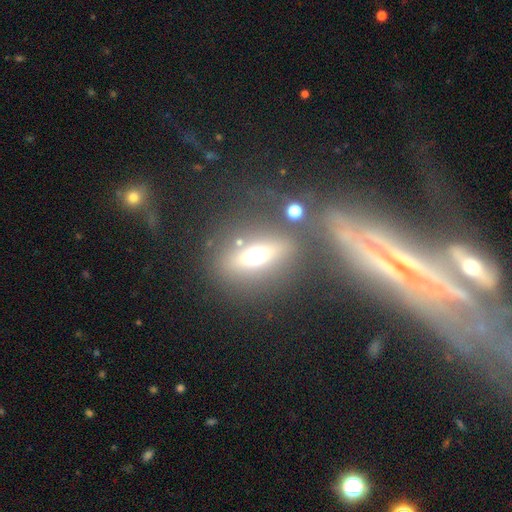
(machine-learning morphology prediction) smooth 47%, featured or disk 32%, star or artifact 21%. Down the decision tree: merging — none (70%).